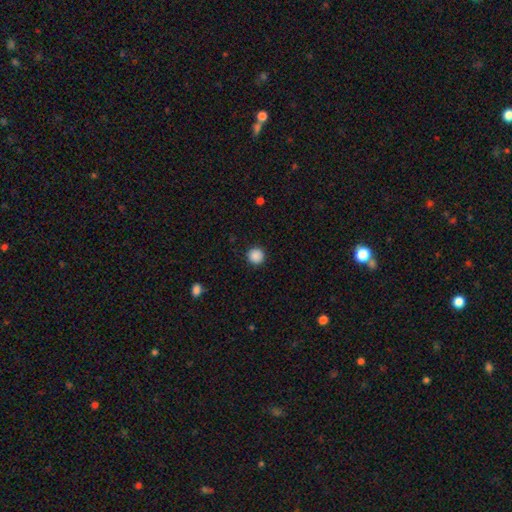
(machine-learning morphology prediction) Smooth or featured?
  - smooth: 88% *
  - star or artifact: 9%
  - featured or disk: 2%
How rounded?
  - round: 95% *
  - in between: 4%
  - cigar-shaped: 1%
Merging?
  - none: 92% *
  - minor disturbance: 5%
  - major disturbance: 2%
  - merger: 1%